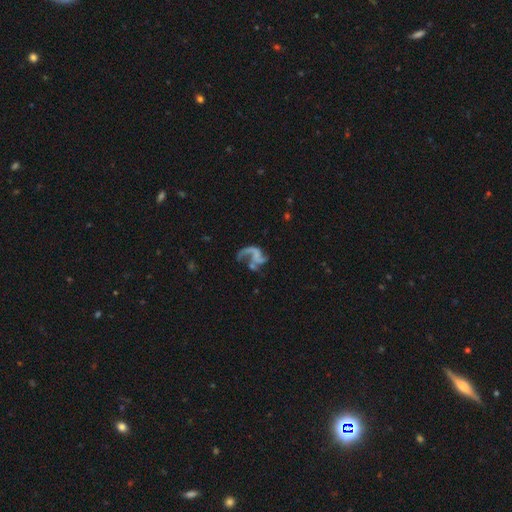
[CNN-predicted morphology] This is likely a featured or disk galaxy (79%). It is clearly not viewed edge-on (98%). Bar: likely no (63%). Spiral arm pattern: clearly yes (87%). Spiral arm count: likely 2 (65%). Spiral winding: clearly loose (80%). Central bulge: likely none (70%). Merging: marginally major disturbance (37%).